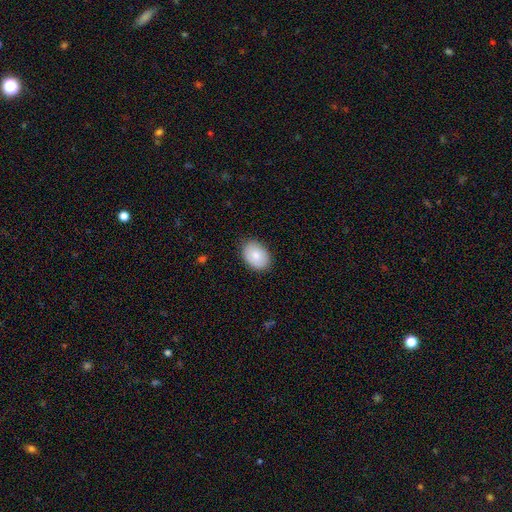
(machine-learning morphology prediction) The model was most divided on "how rounded": in between: 77%, round: 22%, cigar-shaped: 1%. More confident: merging — none (84%); smooth or featured — smooth (81%).